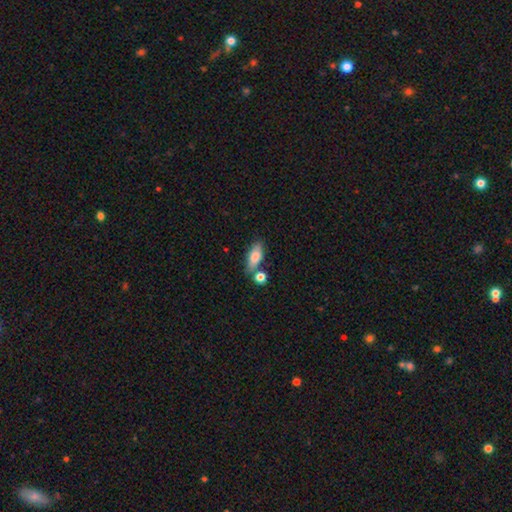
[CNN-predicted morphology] Smooth or featured: smooth — 76% (featured or disk — 17%)
How rounded: in between — 76% (cigar-shaped — 19%)
Merging: none — 62% (merger — 18%)